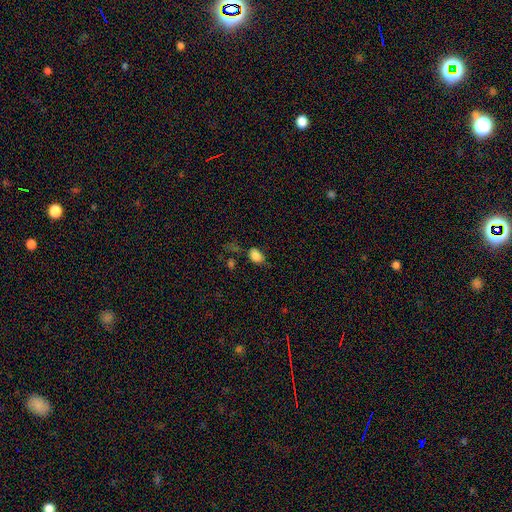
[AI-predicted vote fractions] smooth 83%, star or artifact 11%, featured or disk 6%. Down the decision tree: how rounded — in between (85%); merging — none (59%).